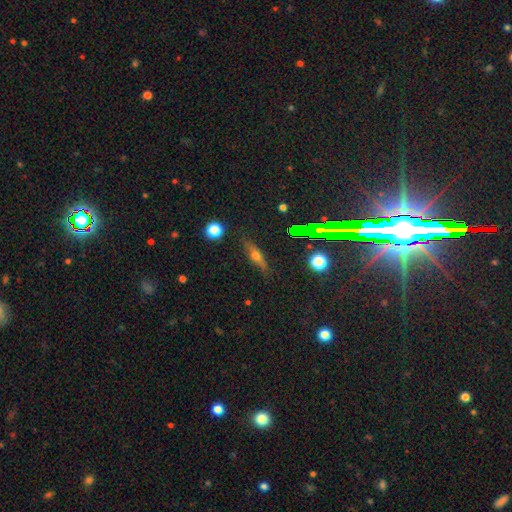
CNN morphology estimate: The model was most divided on "smooth or featured": featured or disk: 45%, smooth: 40%, star or artifact: 14%. More confident: merging — none (81%).